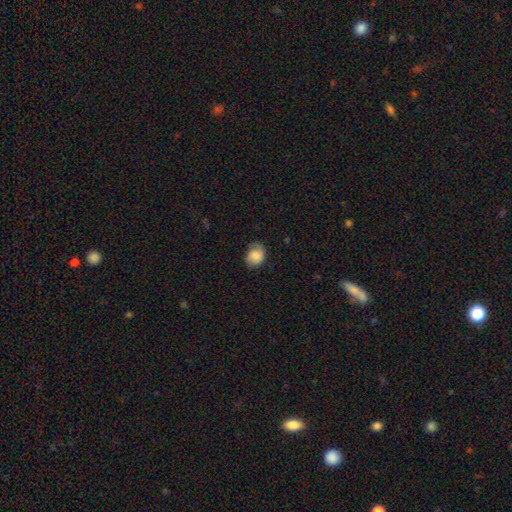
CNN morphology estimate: The model was most divided on "how rounded": in between: 58%, round: 41%, cigar-shaped: 1%. More confident: smooth or featured — smooth (75%); merging — none (59%).